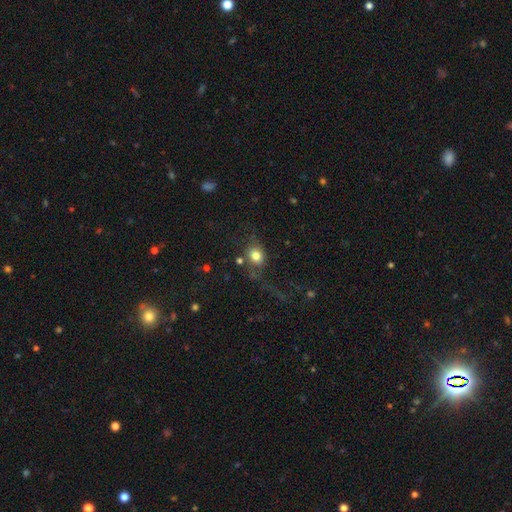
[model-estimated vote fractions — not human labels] A smooth galaxy with no disk features (77%) that is round (52%). Merging: none (52%).